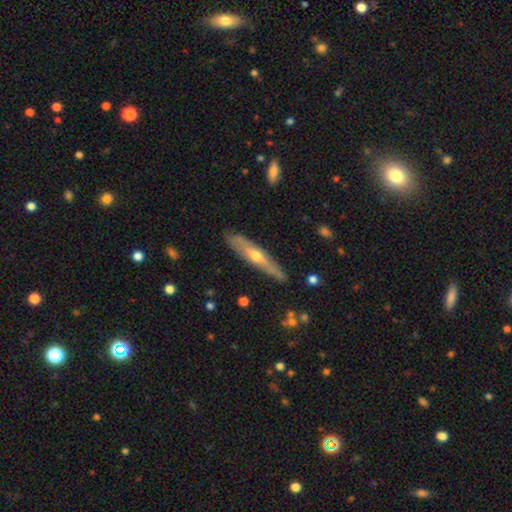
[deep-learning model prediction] Overall: featured or disk (61%; smooth 33%). Edge-on disk: yes (79%). Merging: none (82%).